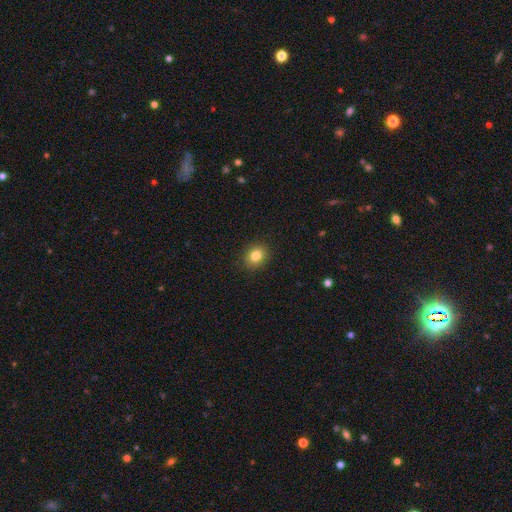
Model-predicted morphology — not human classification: Q: Smooth or featured?
A: smooth (83%); runner-up: star or artifact (11%)
Q: How rounded?
A: round (62%); runner-up: in between (37%)
Q: Merging?
A: none (89%); runner-up: minor disturbance (7%)